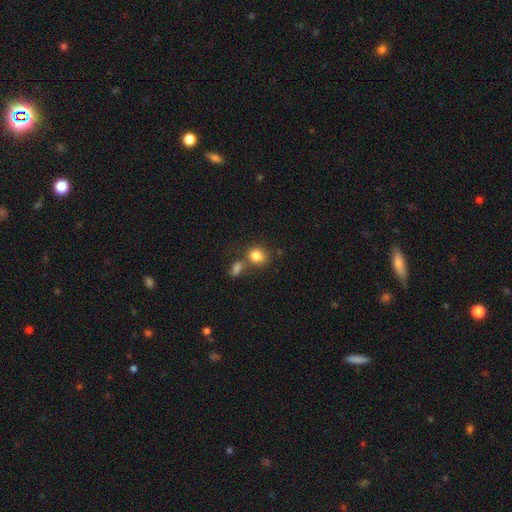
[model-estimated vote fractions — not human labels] smooth-or-featured: smooth: 82% | star or artifact: 10% | featured or disk: 8%
  how-rounded: round: 65% | in between: 34% | cigar-shaped: 1%
  merging: none: 52% | merger: 31% | minor disturbance: 12% | major disturbance: 5%